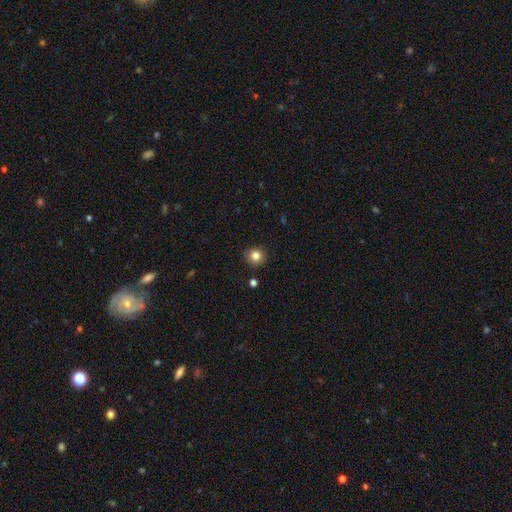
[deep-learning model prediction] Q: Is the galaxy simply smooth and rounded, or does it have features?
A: smooth — 83%.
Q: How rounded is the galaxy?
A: round — 91%.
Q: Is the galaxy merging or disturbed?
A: none — 88%.